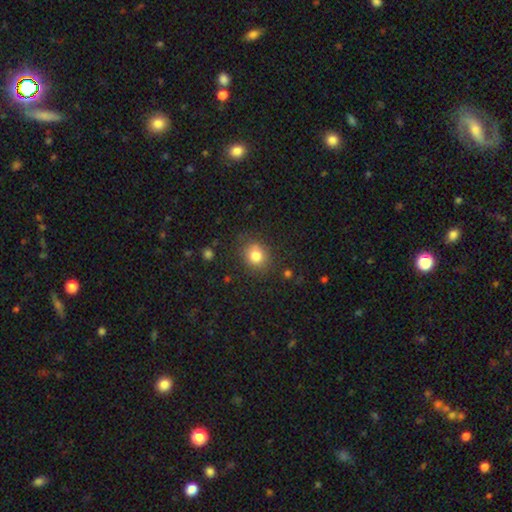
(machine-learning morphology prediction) type=smooth (81%); roundness=round (73%); merging=none (81%).